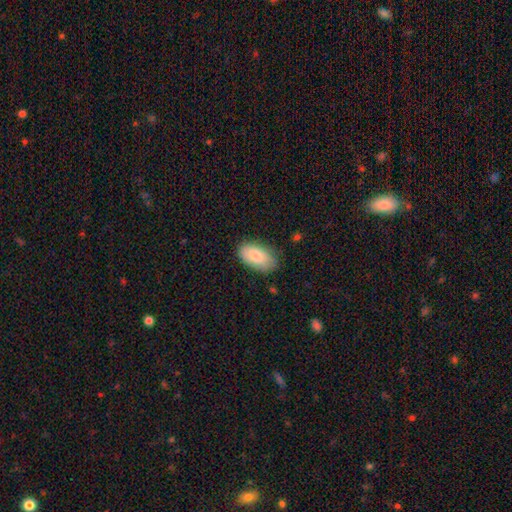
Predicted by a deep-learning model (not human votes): Q: Smooth or featured?
A: smooth (84%); runner-up: featured or disk (10%)
Q: How rounded?
A: in between (94%); runner-up: round (3%)
Q: Merging?
A: none (80%); runner-up: minor disturbance (16%)